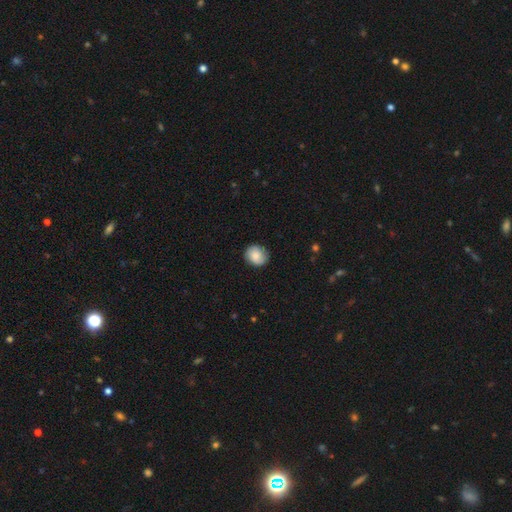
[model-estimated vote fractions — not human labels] Q: Smooth or featured?
A: smooth (75%); runner-up: featured or disk (18%)
Q: How rounded?
A: round (77%); runner-up: in between (22%)
Q: Merging?
A: none (83%); runner-up: minor disturbance (13%)